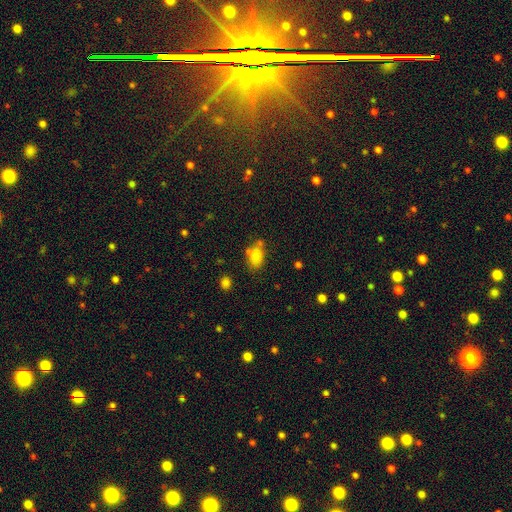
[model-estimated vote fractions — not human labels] A smooth galaxy with no disk features (80%) that is in between round and cigar-shaped (84%).

Vote fractions:
- Smooth or featured? smooth: 80% / star or artifact: 11% / featured or disk: 9%
- How rounded? in between: 84% / round: 14% / cigar-shaped: 2%
- Merging? none: 59% / minor disturbance: 18% / merger: 17% / major disturbance: 6%